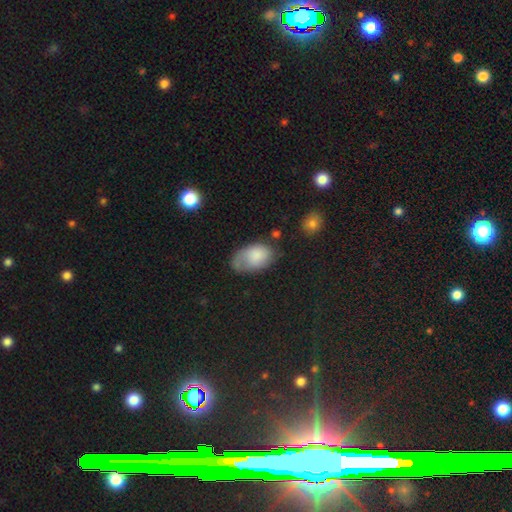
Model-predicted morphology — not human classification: The model was most divided on "merging": none: 44%, minor disturbance: 32%, major disturbance: 19%, merger: 5%. More confident: how rounded — in between (90%); smooth or featured — smooth (75%).